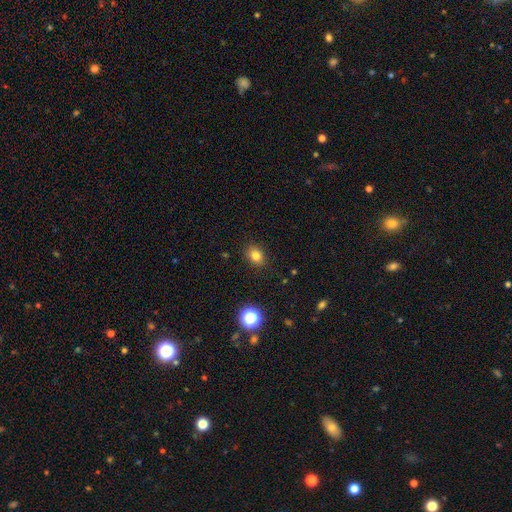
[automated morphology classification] Smooth or featured?
  - smooth: 81% *
  - star or artifact: 13%
  - featured or disk: 6%
How rounded?
  - round: 54% *
  - in between: 45%
  - cigar-shaped: 1%
Merging?
  - none: 87% *
  - minor disturbance: 9%
  - major disturbance: 2%
  - merger: 1%